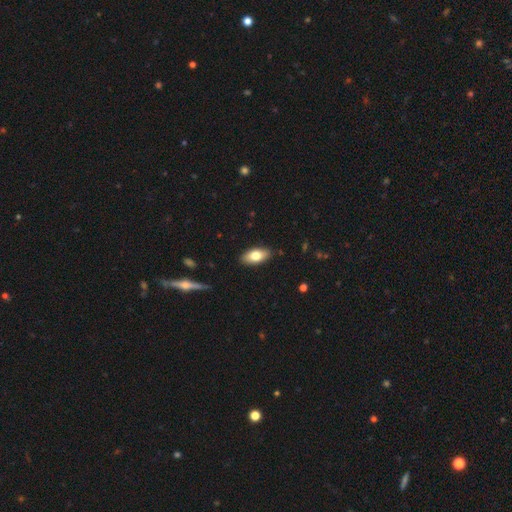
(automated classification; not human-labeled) smooth_or_featured: smooth (p=0.77) [alt: featured or disk p=0.17]
how_rounded: in between (p=0.90) [alt: cigar-shaped p=0.08]
merging: none (p=0.87) [alt: minor disturbance p=0.10]